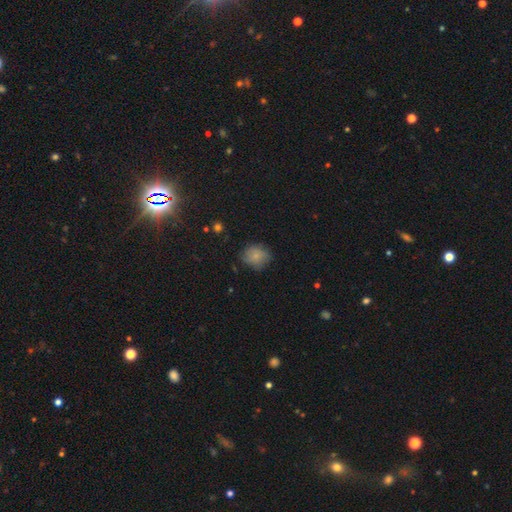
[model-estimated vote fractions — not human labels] This appears to be a smooth galaxy with no disk features (79%) that is round (71%). Merging: none (70%).